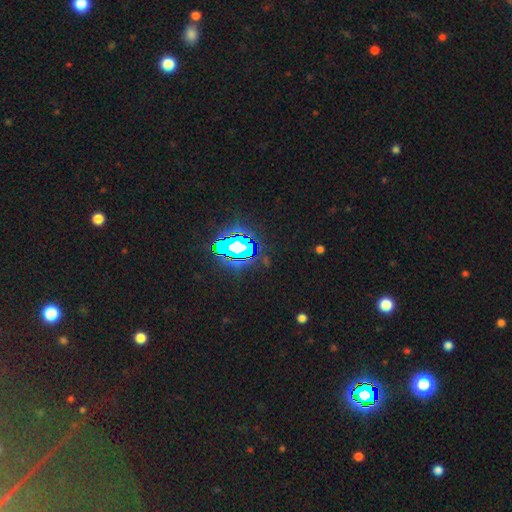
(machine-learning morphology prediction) The model was most divided on "smooth or featured": star or artifact: 82%, smooth: 11%, featured or disk: 7%.